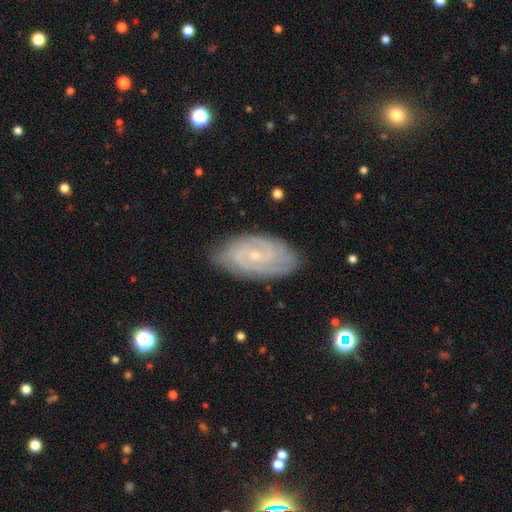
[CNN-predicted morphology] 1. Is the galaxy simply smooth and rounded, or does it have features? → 82% featured or disk, 11% smooth, 7% star or artifact.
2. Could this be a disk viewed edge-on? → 95% no, 5% yes.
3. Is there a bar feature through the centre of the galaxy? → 58% no, 34% weak, 7% strong.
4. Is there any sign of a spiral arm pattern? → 96% yes, 4% no.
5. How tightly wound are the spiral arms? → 66% tight, 28% medium, 6% loose.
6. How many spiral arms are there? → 41% 2, 26% can't tell, 16% 3, 8% 4, 5% more than 4, 5% 1.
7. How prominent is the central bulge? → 82% small, 13% moderate, 3% none, 1% large, 1% dominant.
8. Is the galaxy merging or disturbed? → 81% none, 15% minor disturbance, 3% major disturbance, 1% merger.